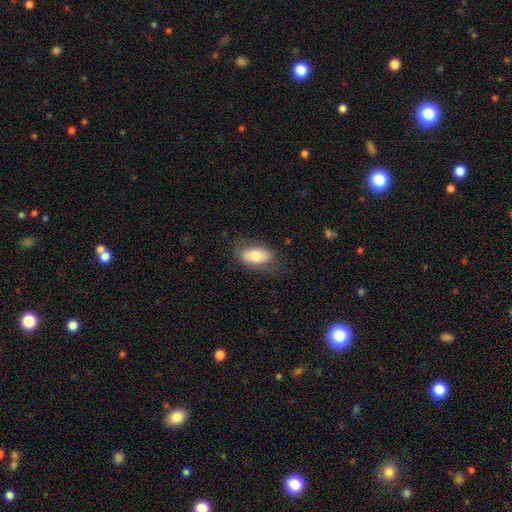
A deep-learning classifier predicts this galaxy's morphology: This is likely a smooth galaxy (73%). How rounded: clearly in between (90%). Merging: likely none (74%).